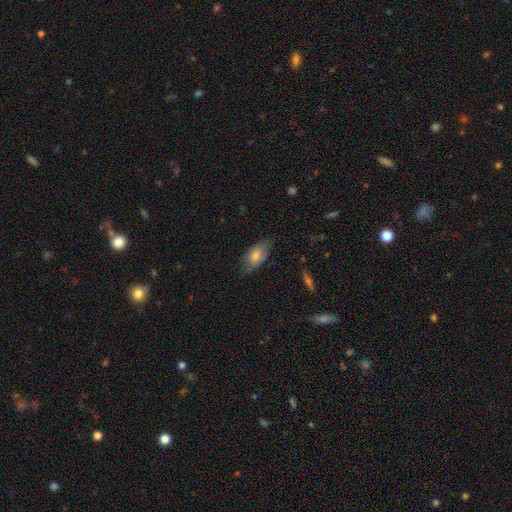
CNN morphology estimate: This appears to be a smooth galaxy with no disk features (67%) that is in between round and cigar-shaped (87%). Merging: none (72%).